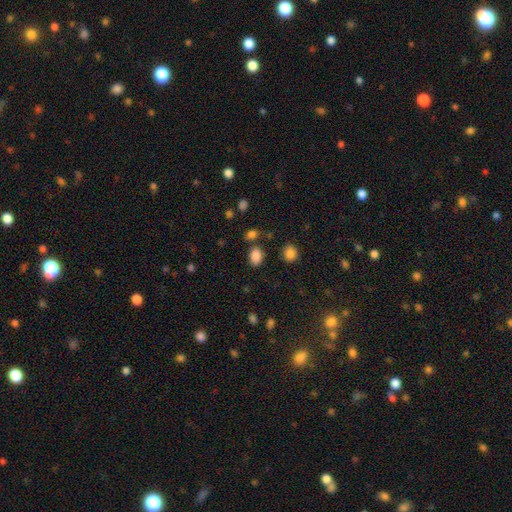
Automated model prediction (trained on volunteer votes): This is clearly a smooth galaxy (85%). How rounded: likely in between (76%). Merging: likely none (75%).